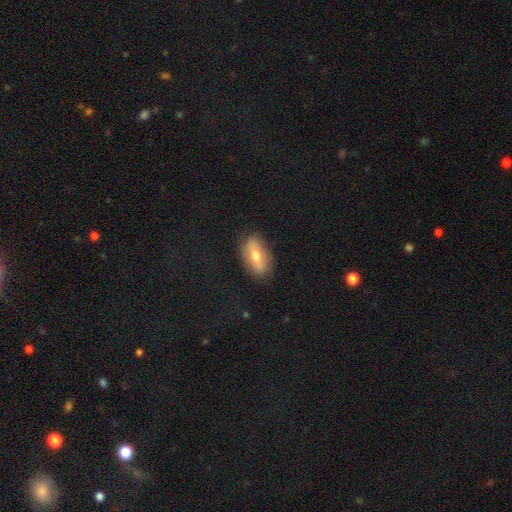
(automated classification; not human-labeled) This is possibly a smooth galaxy (56%). How rounded: clearly in between (86%). Merging: clearly none (81%).